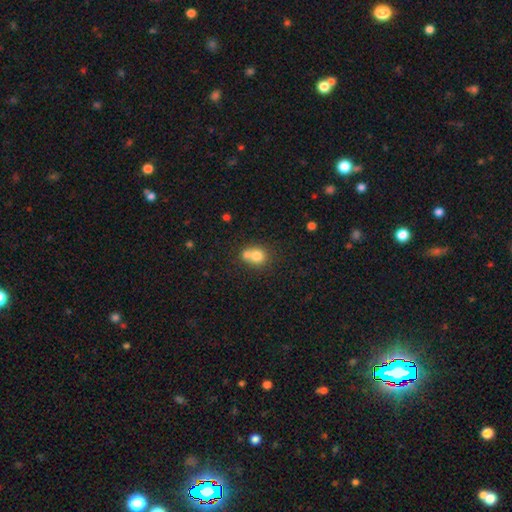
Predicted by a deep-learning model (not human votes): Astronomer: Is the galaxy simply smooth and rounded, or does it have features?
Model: smooth — 75%.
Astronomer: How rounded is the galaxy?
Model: round — 75%.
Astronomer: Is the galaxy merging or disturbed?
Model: merger — 53% (runner-up: none, 35%).